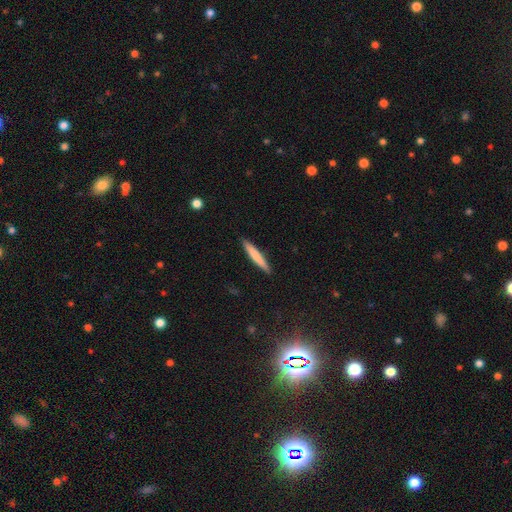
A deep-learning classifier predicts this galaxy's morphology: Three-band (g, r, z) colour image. It shows a smooth galaxy with no disk features (72%) that is cigar-shaped (95%). Merging: none (91%).